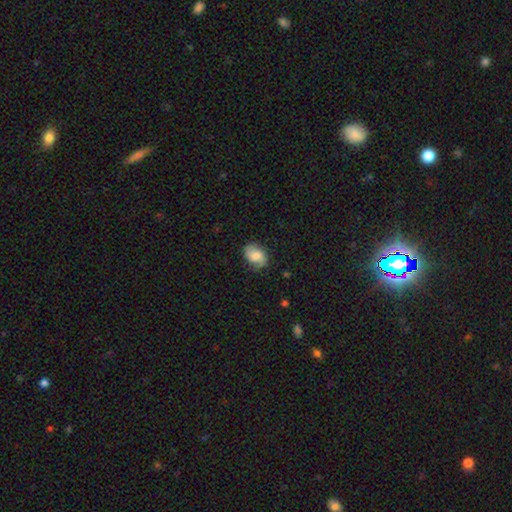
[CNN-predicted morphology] type=smooth (61%); roundness=in between (75%); merging=none (73%).